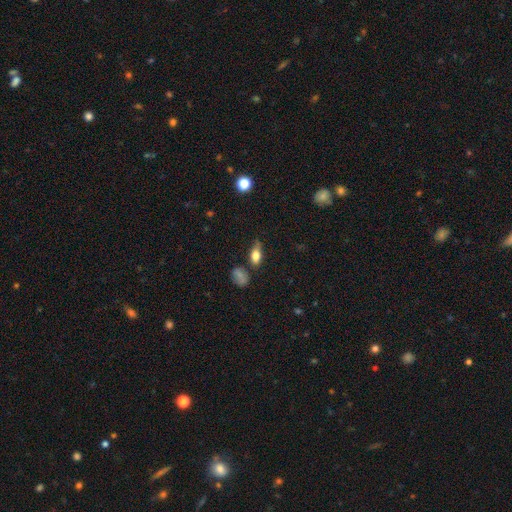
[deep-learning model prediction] A smooth galaxy with no disk features (74%) that is in between round and cigar-shaped (80%). Merging: none (55%).